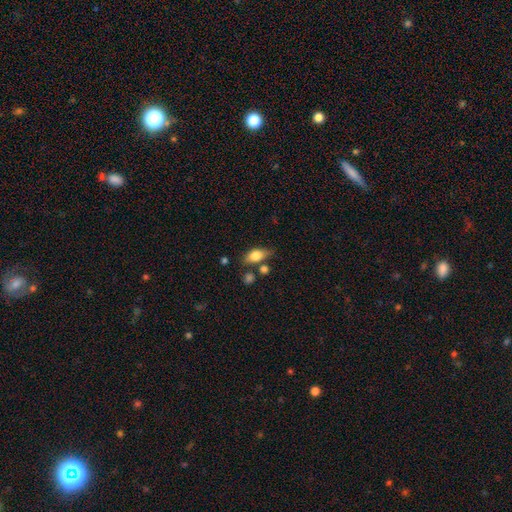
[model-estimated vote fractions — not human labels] A smooth galaxy with no disk features (76%) that is in between round and cigar-shaped (83%).

Vote fractions:
- Smooth or featured? smooth: 76% / featured or disk: 17% / star or artifact: 8%
- How rounded? in between: 83% / cigar-shaped: 9% / round: 8%
- Merging? none: 63% / minor disturbance: 19% / merger: 11% / major disturbance: 6%